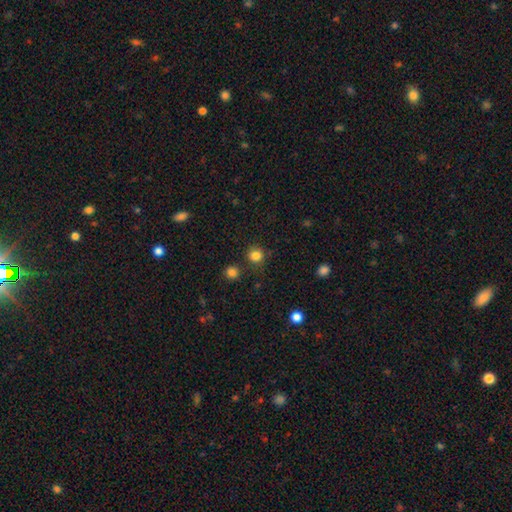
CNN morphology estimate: Smooth or featured?
  - smooth: 83% *
  - star or artifact: 13%
  - featured or disk: 4%
How rounded?
  - round: 90% *
  - in between: 9%
  - cigar-shaped: 1%
Merging?
  - none: 83% *
  - minor disturbance: 9%
  - merger: 5%
  - major disturbance: 3%